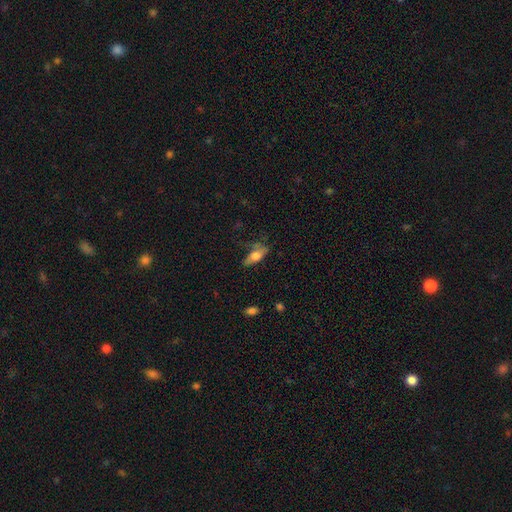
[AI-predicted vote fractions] This appears to be a smooth galaxy with no disk features (61%) that is in between round and cigar-shaped (71%). Merging: none (42%).